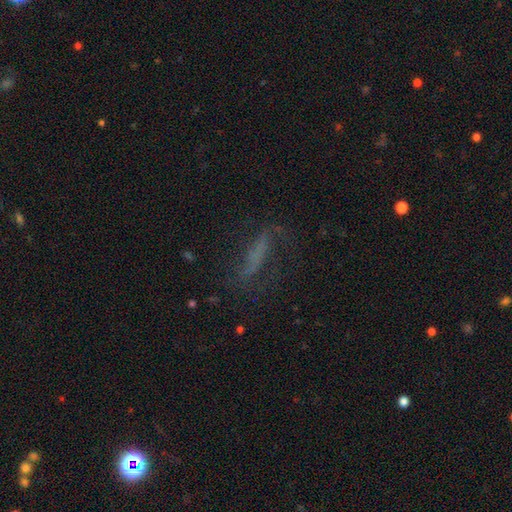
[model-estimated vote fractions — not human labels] Smooth or featured: featured or disk — 46% (smooth — 35%)
Merging: none — 57% (minor disturbance — 21%)